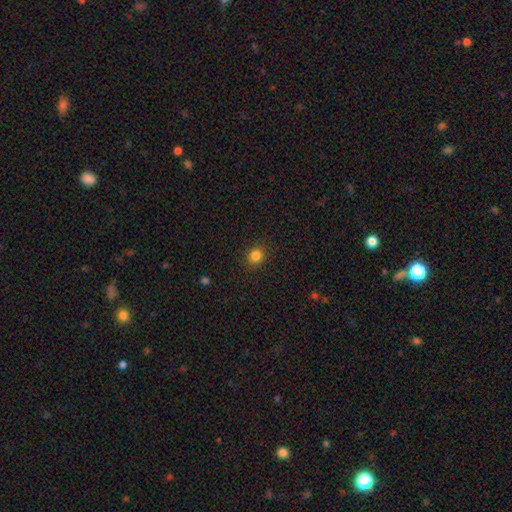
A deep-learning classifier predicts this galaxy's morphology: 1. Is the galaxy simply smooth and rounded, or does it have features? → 83% smooth, 12% star or artifact, 4% featured or disk.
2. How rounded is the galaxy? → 82% round, 17% in between, 1% cigar-shaped.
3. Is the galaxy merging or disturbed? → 90% none, 7% minor disturbance, 2% major disturbance, 1% merger.